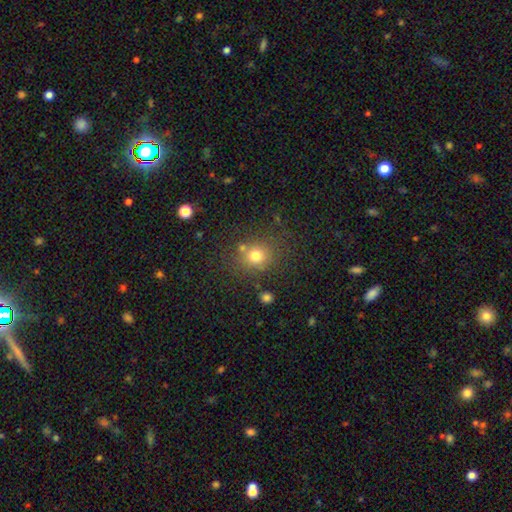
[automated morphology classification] The model was most divided on "how rounded": round: 78%, in between: 21%, cigar-shaped: 1%. More confident: smooth or featured — smooth (75%); merging — none (75%).